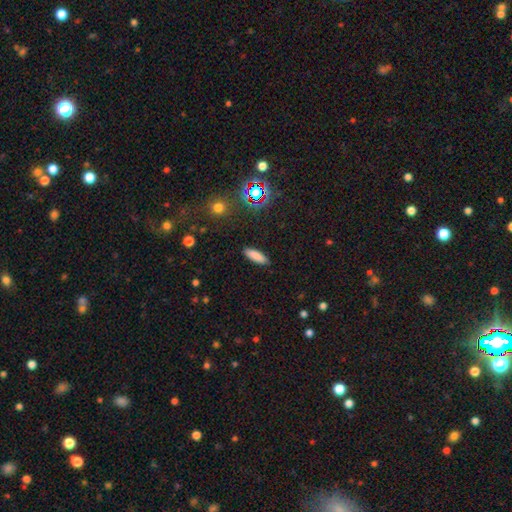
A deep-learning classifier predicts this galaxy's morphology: Q: Smooth or featured?
A: smooth (83%); runner-up: star or artifact (10%)
Q: How rounded?
A: cigar-shaped (53%); runner-up: in between (45%)
Q: Merging?
A: none (89%); runner-up: minor disturbance (8%)